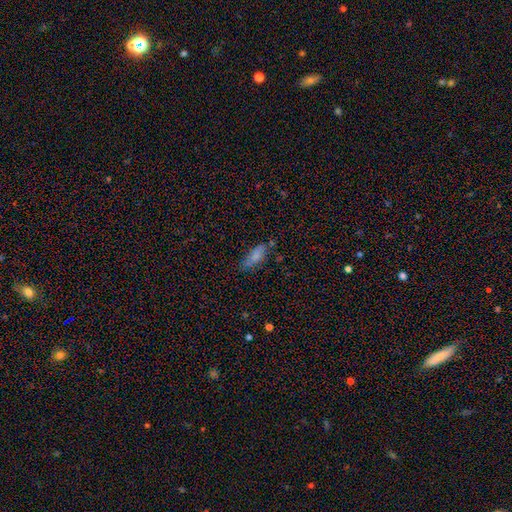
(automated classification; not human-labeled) The model was most divided on "merging": none: 62%, minor disturbance: 26%, major disturbance: 7%, merger: 5%. More confident: smooth or featured — smooth (77%); how rounded — in between (71%).